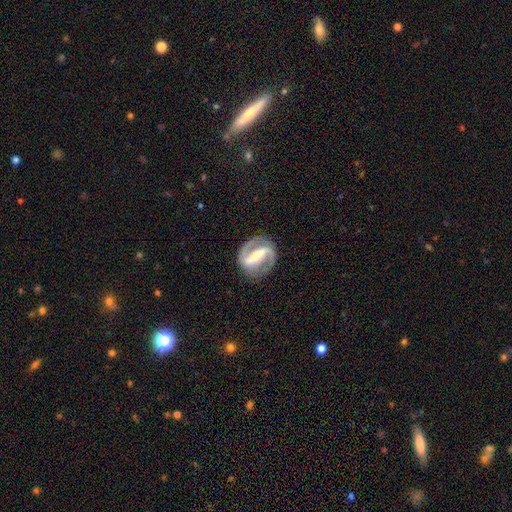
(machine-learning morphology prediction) This is clearly a featured or disk galaxy (88%). It is clearly not viewed edge-on (96%). Bar: likely strong (73%). Spiral arm pattern: clearly yes (93%). Spiral arm count: clearly 2 (91%). Spiral winding: possibly medium (50%). Central bulge: possibly small (47%). Merging: clearly none (83%).